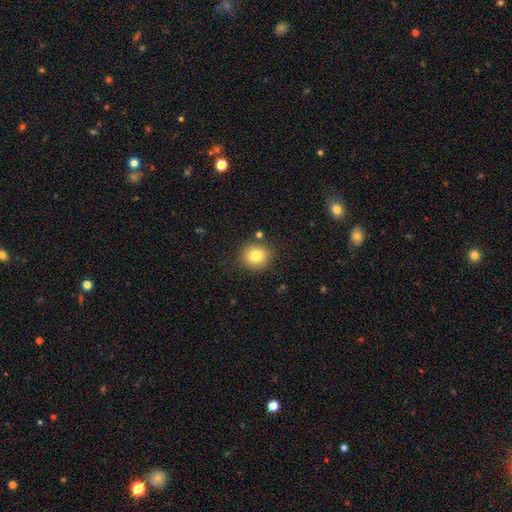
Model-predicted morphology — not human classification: smooth_or_featured: smooth (p=0.80) [alt: star or artifact p=0.11]
how_rounded: round (p=0.89) [alt: in between p=0.10]
merging: none (p=0.86) [alt: minor disturbance p=0.08]